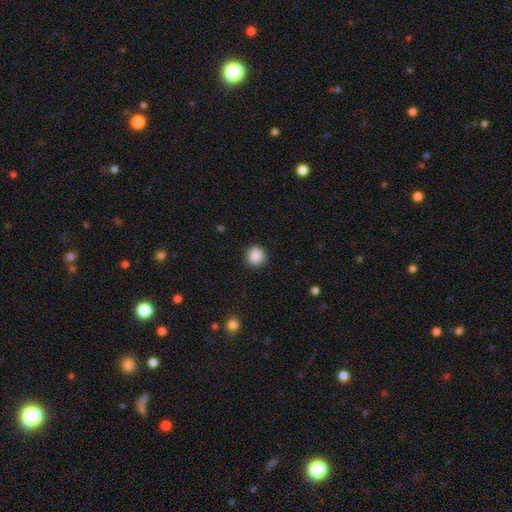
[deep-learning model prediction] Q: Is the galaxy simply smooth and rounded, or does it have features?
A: smooth — 89%.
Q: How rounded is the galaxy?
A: round — 93%.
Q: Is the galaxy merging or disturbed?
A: none — 91%.